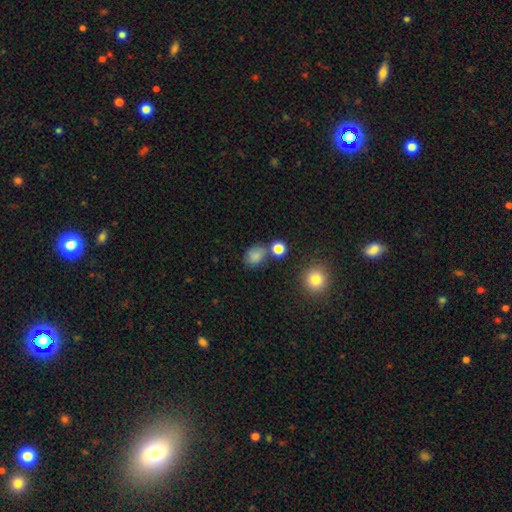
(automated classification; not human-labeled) Smooth or featured? smooth (78%)
How rounded? in between (51%)
Merging? none (63%)